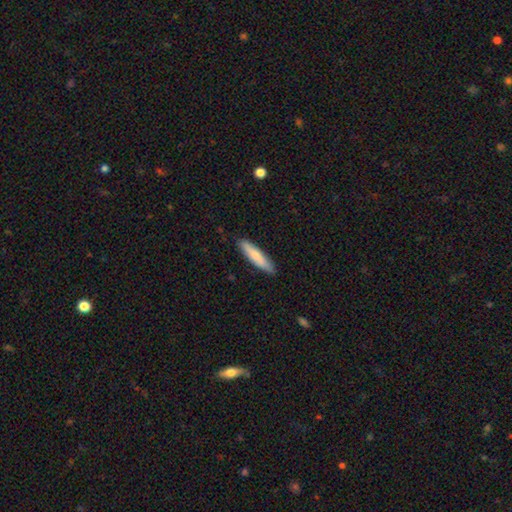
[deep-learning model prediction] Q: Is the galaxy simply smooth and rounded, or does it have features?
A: smooth — 78%.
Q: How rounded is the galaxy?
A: cigar-shaped — 82%.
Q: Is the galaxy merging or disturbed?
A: none — 88%.